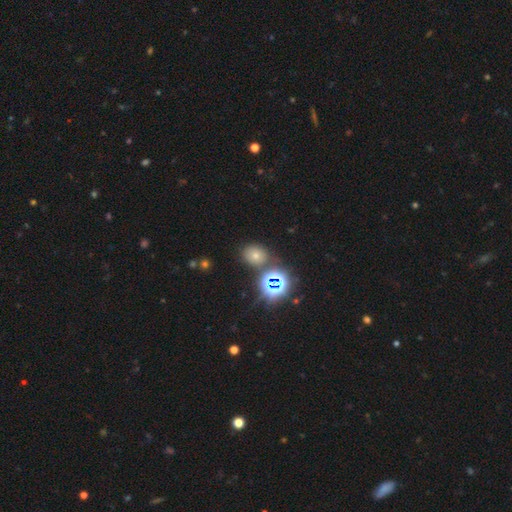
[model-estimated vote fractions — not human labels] Smooth or featured? Predicted: smooth (p=0.58). How rounded? Predicted: round (p=0.52). Merging? Predicted: none (p=0.76).